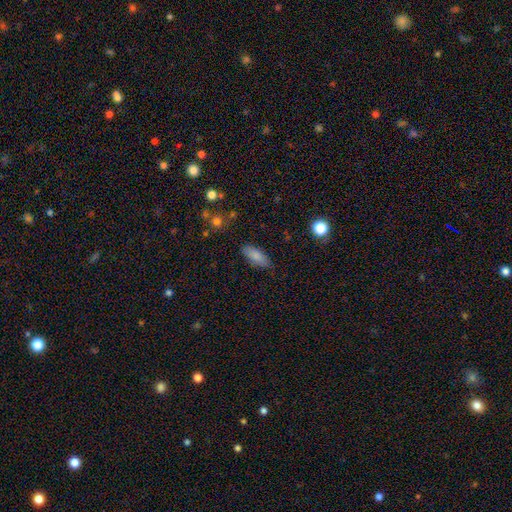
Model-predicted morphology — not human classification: Smooth or featured?
  - smooth: 83% *
  - featured or disk: 9%
  - star or artifact: 7%
How rounded?
  - in between: 80% *
  - cigar-shaped: 18%
  - round: 2%
Merging?
  - none: 83% *
  - minor disturbance: 13%
  - major disturbance: 3%
  - merger: 1%